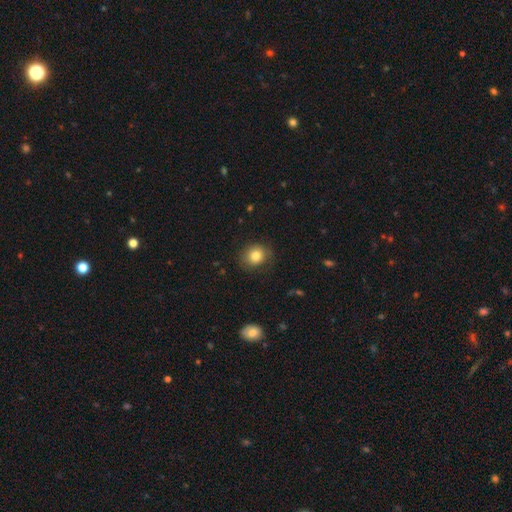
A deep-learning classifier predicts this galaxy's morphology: A smooth galaxy with no disk features (81%) that is round (73%).

Vote fractions:
- Smooth or featured? smooth: 81% / star or artifact: 10% / featured or disk: 9%
- How rounded? round: 73% / in between: 26% / cigar-shaped: 1%
- Merging? none: 78% / minor disturbance: 16% / major disturbance: 5% / merger: 1%